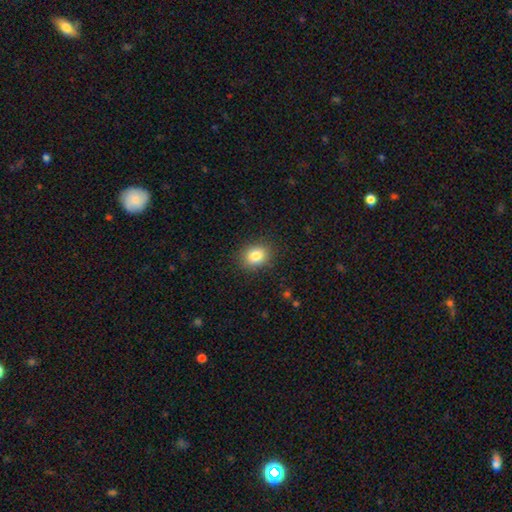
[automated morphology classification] smooth_or_featured: smooth (p=0.85) [alt: star or artifact p=0.09]
how_rounded: in between (p=0.57) [alt: round p=0.42]
merging: none (p=0.88) [alt: minor disturbance p=0.09]